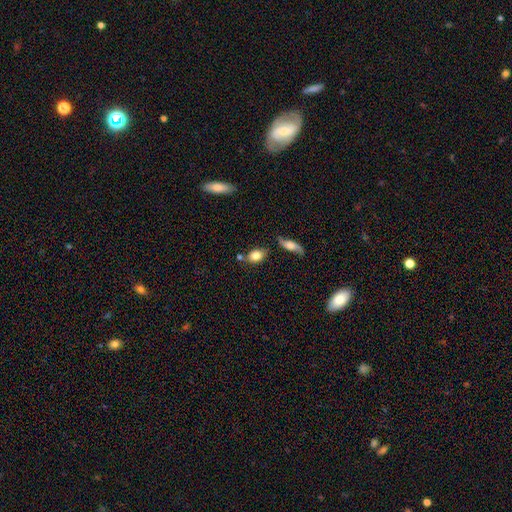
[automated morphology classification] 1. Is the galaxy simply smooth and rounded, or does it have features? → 80% smooth, 12% featured or disk, 8% star or artifact.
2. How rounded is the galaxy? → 75% in between, 22% round, 3% cigar-shaped.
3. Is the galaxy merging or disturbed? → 65% none, 17% minor disturbance, 12% merger, 5% major disturbance.